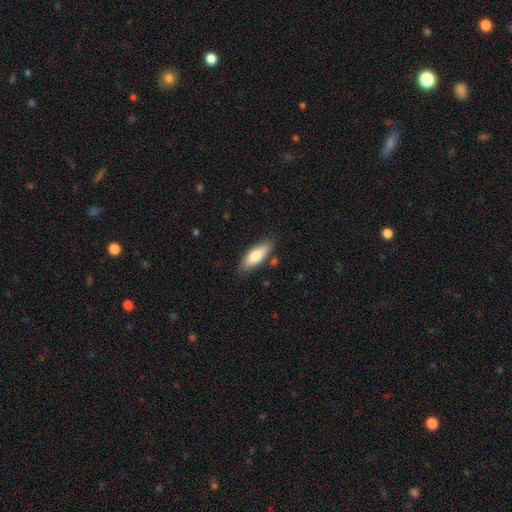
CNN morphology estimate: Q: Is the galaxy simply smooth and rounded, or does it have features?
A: smooth — 74%.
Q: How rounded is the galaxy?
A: in between — 62%.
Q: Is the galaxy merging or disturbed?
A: none — 81%.